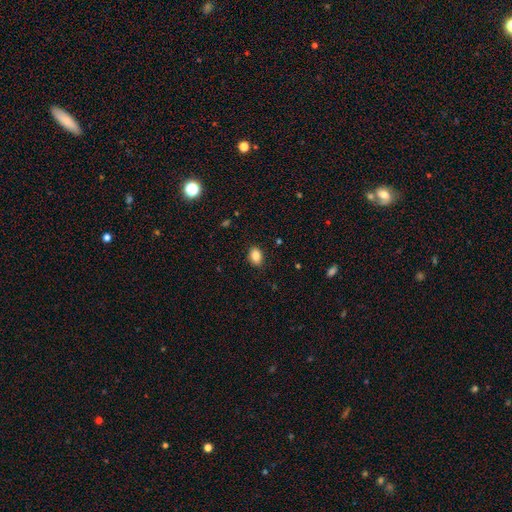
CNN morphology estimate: A smooth galaxy with no disk features (86%) that is in between round and cigar-shaped (76%). Merging: none (88%).